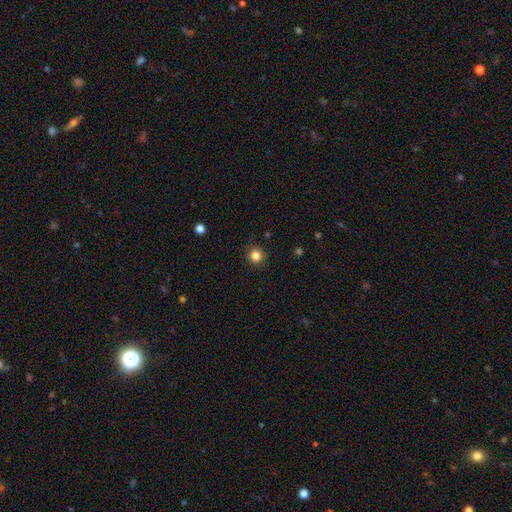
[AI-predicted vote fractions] Overall: smooth (83%). How rounded: round (95%). Merging: none (89%).